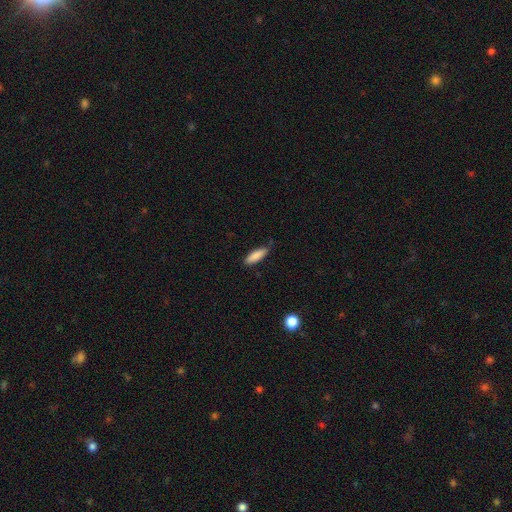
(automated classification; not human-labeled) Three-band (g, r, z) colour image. It shows a smooth galaxy with no disk features (86%) that is in between round and cigar-shaped (51%). Merging: none (75%).